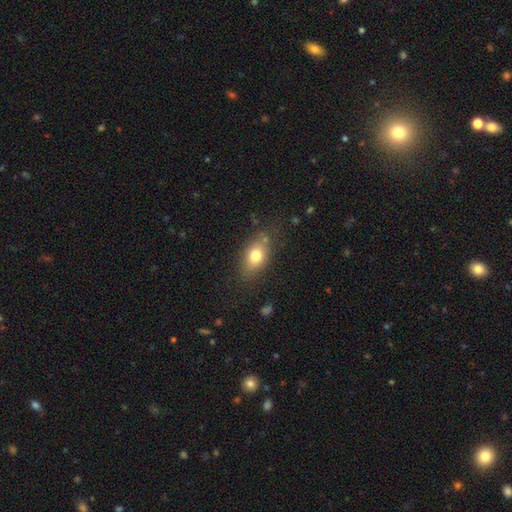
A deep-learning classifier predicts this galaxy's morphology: Smooth or featured? Predicted: smooth (p=0.75). How rounded? Predicted: in between (p=0.80). Merging? Predicted: none (p=0.77).